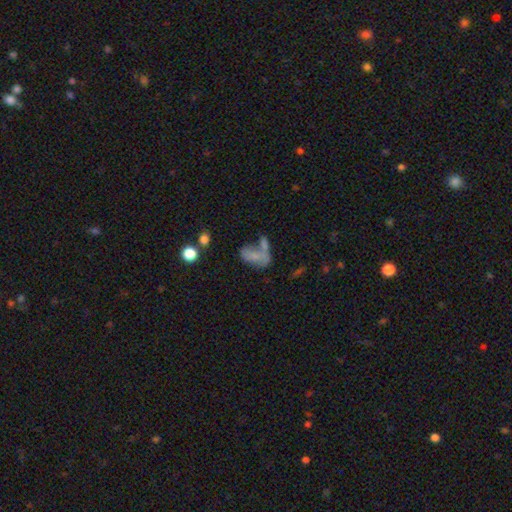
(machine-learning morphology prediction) The model was most divided on "merging": merger: 44%, none: 24%, major disturbance: 18%, minor disturbance: 15%. More confident: how rounded — in between (86%); smooth or featured — smooth (58%).